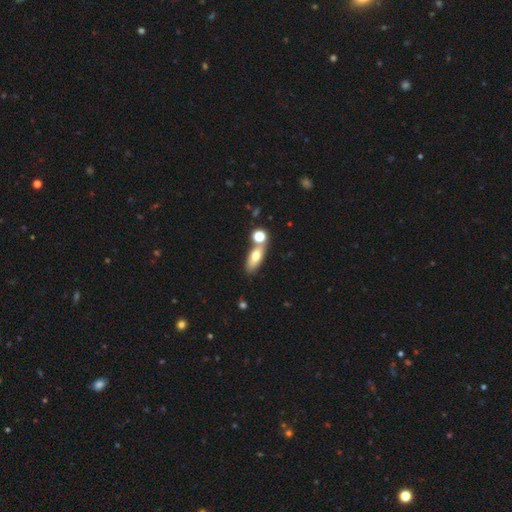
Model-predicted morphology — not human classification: Overall: smooth (68%). How rounded: in between (69%). Merging: none (58%; merger 25%).